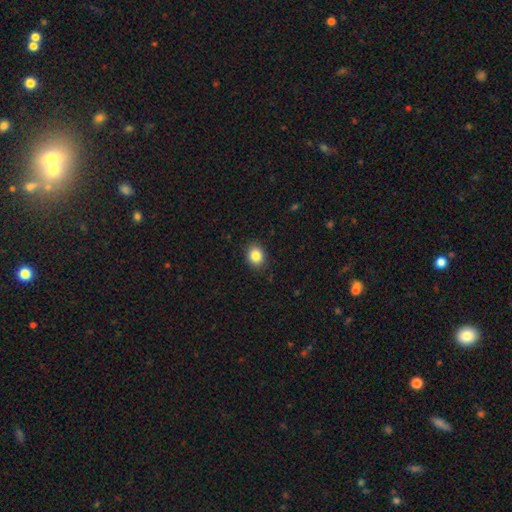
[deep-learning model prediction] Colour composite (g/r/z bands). It shows a smooth galaxy with no disk features (85%) that is round (60%). Merging: none (89%).